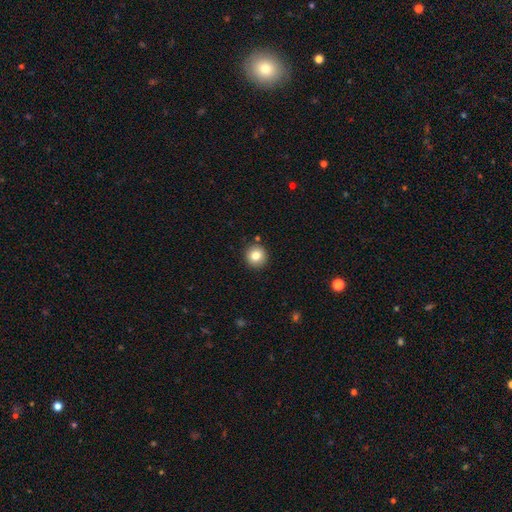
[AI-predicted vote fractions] Q: Smooth or featured?
A: smooth (82%); runner-up: star or artifact (10%)
Q: How rounded?
A: round (94%); runner-up: in between (5%)
Q: Merging?
A: none (90%); runner-up: minor disturbance (6%)